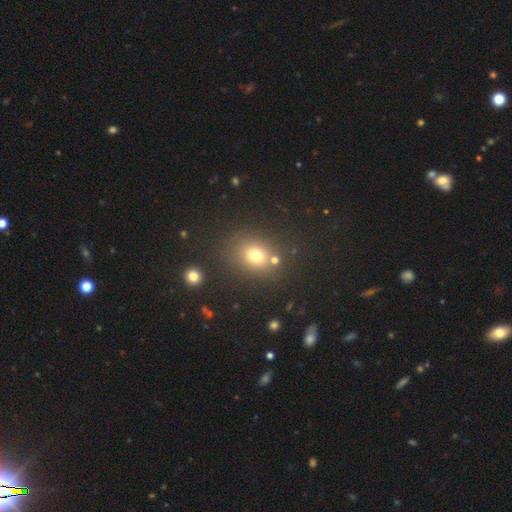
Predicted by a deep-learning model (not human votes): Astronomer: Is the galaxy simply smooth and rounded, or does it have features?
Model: smooth — 73%.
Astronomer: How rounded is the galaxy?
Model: round — 61% (runner-up: in between, 38%).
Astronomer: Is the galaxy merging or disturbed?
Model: none — 75%.